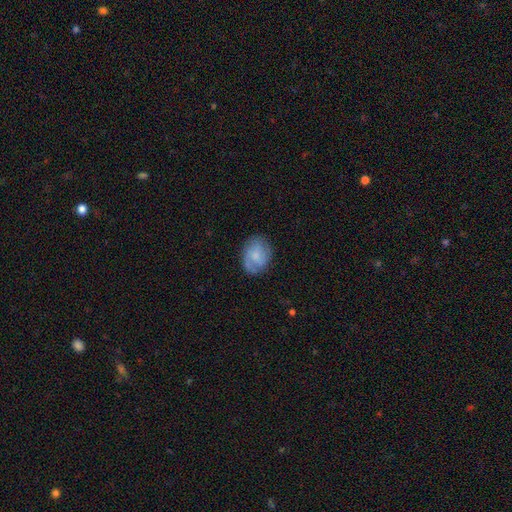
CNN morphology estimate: Q: Smooth or featured?
A: smooth (48%); runner-up: featured or disk (45%)
Q: Merging?
A: none (75%); runner-up: minor disturbance (18%)